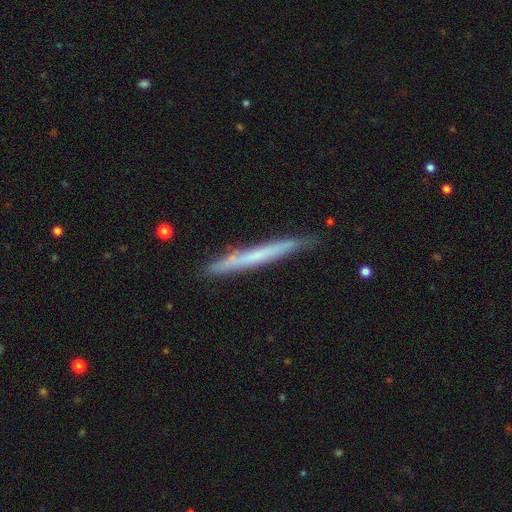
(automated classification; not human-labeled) Smooth or featured: smooth — 50% (featured or disk — 43%)
How rounded: cigar-shaped — 97% (in between — 2%)
Merging: none — 86% (minor disturbance — 11%)